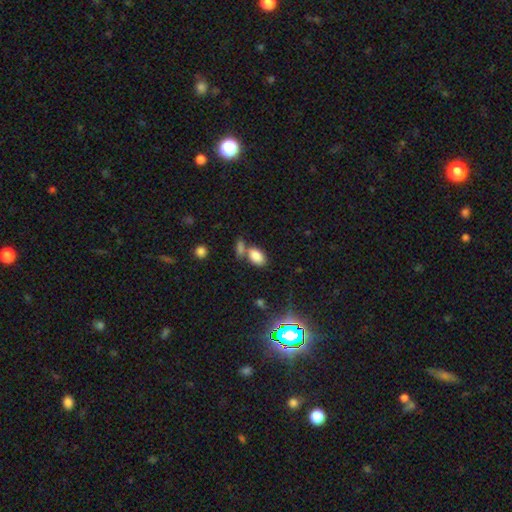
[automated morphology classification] This is clearly a smooth galaxy (82%). How rounded: clearly in between (91%). Merging: possibly none (47%).